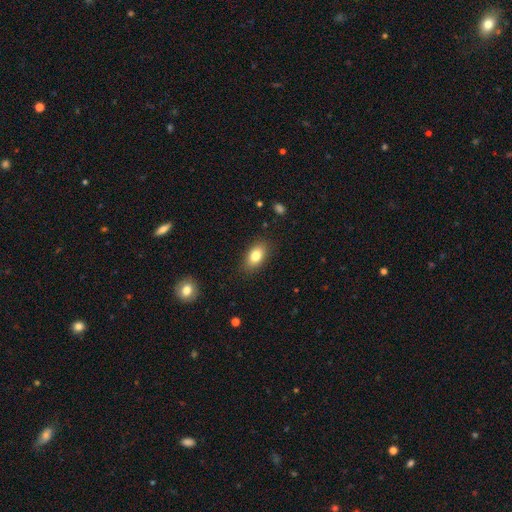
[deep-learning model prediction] This appears to be a smooth galaxy with no disk features (81%) that is in between round and cigar-shaped (87%). Merging: none (86%).